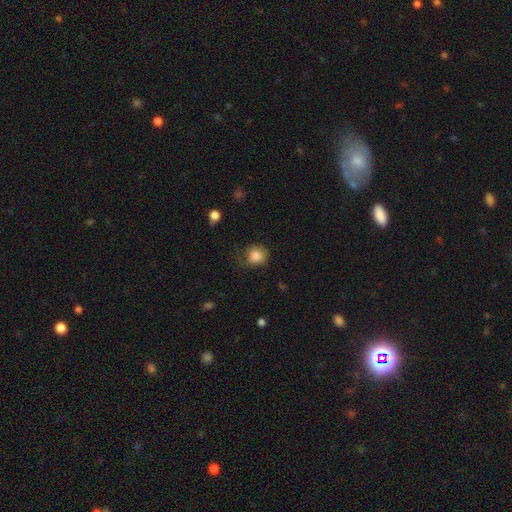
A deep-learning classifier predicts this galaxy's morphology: Q: Smooth or featured?
A: smooth (84%); runner-up: star or artifact (9%)
Q: How rounded?
A: round (80%); runner-up: in between (19%)
Q: Merging?
A: none (59%); runner-up: minor disturbance (27%)